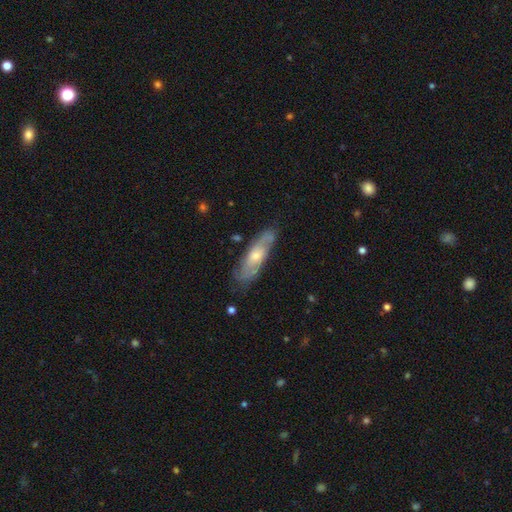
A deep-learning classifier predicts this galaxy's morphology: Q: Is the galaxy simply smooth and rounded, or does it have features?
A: featured or disk — 62%.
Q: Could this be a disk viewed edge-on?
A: no — 71%.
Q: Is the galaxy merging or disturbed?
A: none — 73%.